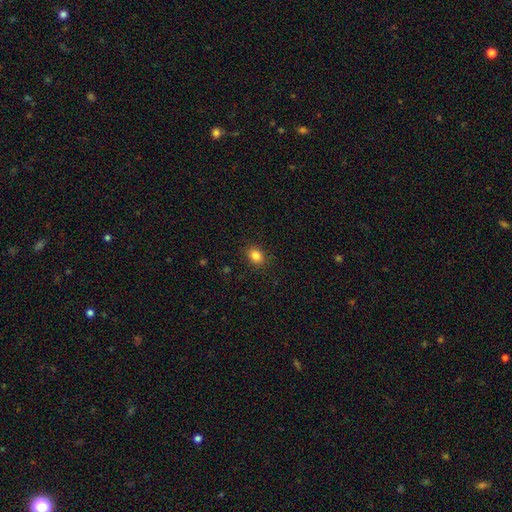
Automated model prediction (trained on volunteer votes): This appears to be a smooth galaxy with no disk features (84%) that is in between round and cigar-shaped (53%). Merging: none (88%).